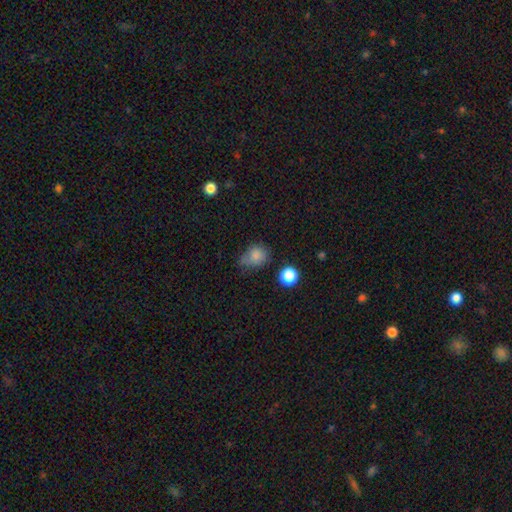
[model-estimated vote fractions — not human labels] Morphology: type=smooth (80%); roundness=round (52%); merging=none (43%).